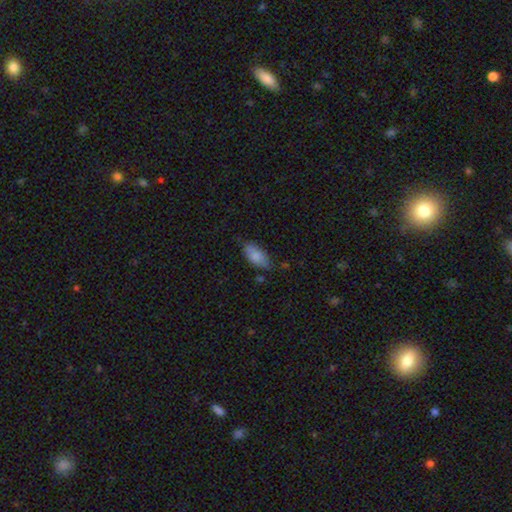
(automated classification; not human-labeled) smooth 83%, featured or disk 10%, star or artifact 7%. Down the decision tree: how rounded — in between (89%); merging — none (68%).